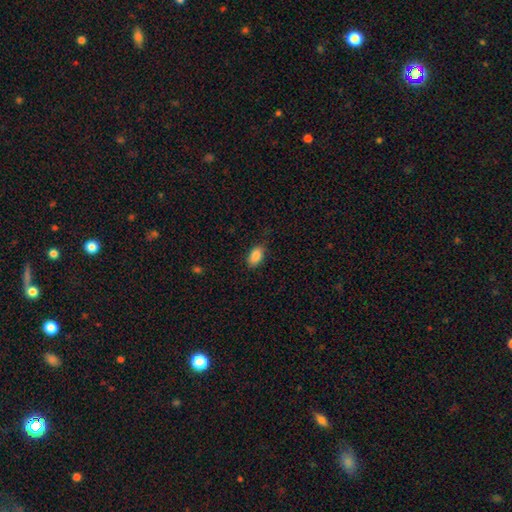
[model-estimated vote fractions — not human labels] smooth 88%, star or artifact 8%, featured or disk 4%. Down the decision tree: how rounded — in between (90%); merging — none (80%).